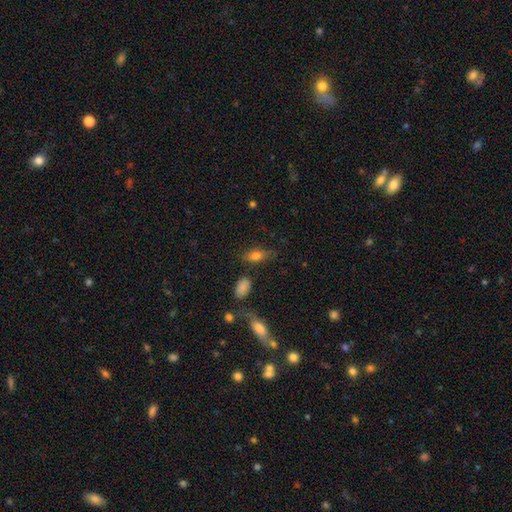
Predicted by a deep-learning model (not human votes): This appears to be a smooth galaxy with no disk features (73%) that is in between round and cigar-shaped (81%). Merging: none (71%).